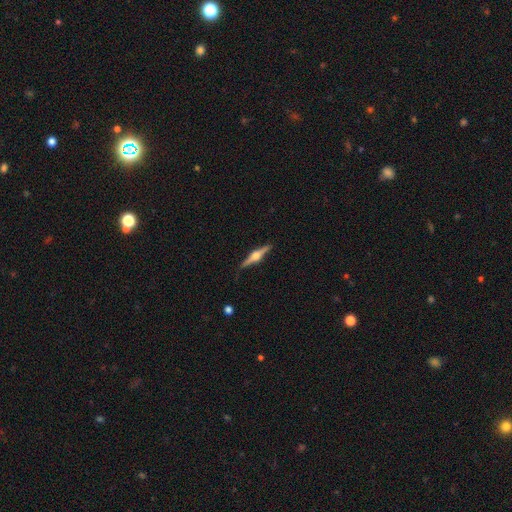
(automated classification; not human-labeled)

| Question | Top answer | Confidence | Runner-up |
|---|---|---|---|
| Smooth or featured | featured or disk | 79% | smooth (16%) |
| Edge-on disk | yes | 98% | no (2%) |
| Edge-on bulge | rounded | 93% | boxy (5%) |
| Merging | none | 88% | minor disturbance (9%) |